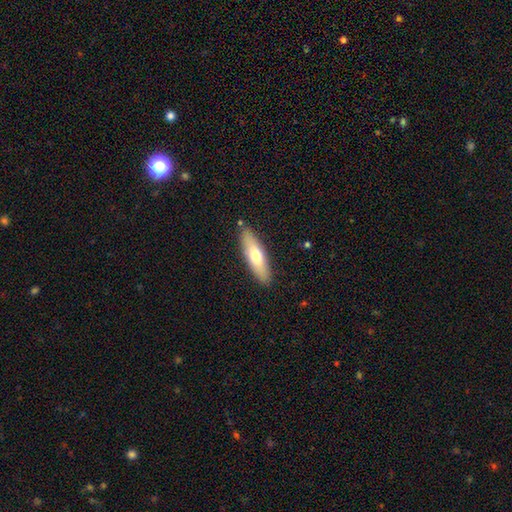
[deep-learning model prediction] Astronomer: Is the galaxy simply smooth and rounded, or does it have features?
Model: smooth — 64%.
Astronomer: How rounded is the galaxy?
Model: cigar-shaped — 60% (runner-up: in between, 39%).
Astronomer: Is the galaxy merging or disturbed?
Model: none — 87%.